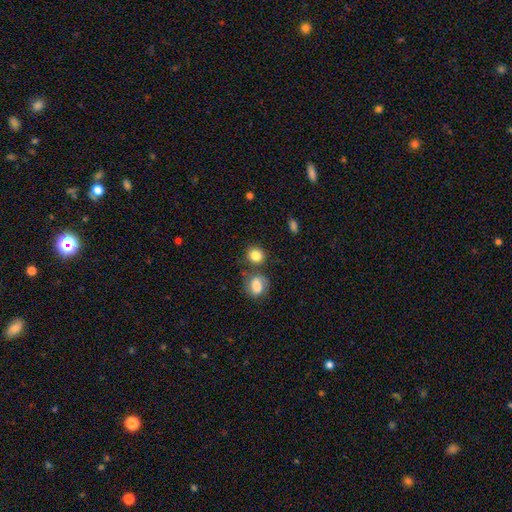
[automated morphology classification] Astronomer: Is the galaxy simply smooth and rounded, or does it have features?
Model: smooth — 83%.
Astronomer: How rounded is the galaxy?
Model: round — 80%.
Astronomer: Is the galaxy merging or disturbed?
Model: none — 68%.